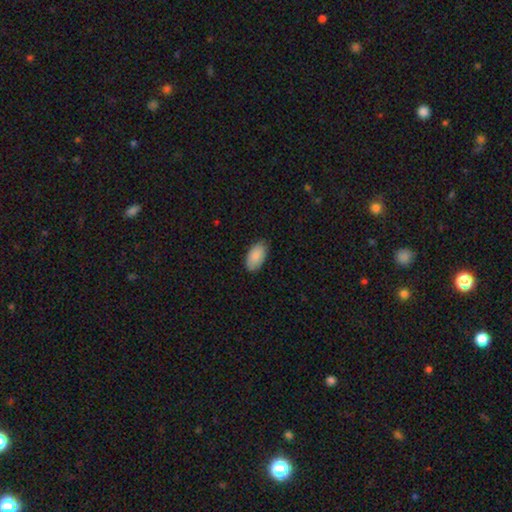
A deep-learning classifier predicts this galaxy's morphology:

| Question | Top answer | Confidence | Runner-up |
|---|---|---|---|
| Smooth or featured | smooth | 88% | featured or disk (6%) |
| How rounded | in between | 95% | round (3%) |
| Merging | none | 85% | minor disturbance (12%) |